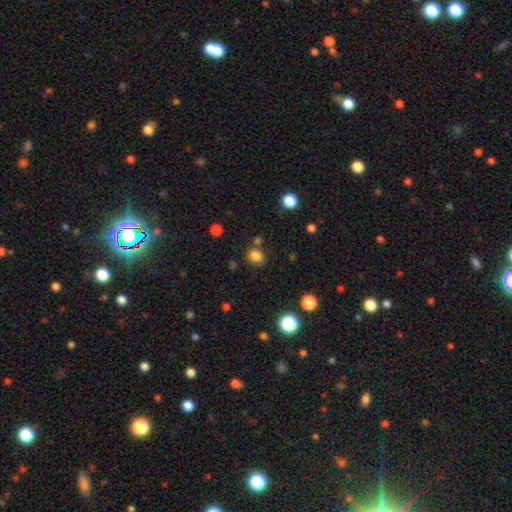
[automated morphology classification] smooth_or_featured: smooth (p=0.81) [alt: star or artifact p=0.14]
how_rounded: round (p=0.60) [alt: in between p=0.39]
merging: none (p=0.73) [alt: minor disturbance p=0.13]